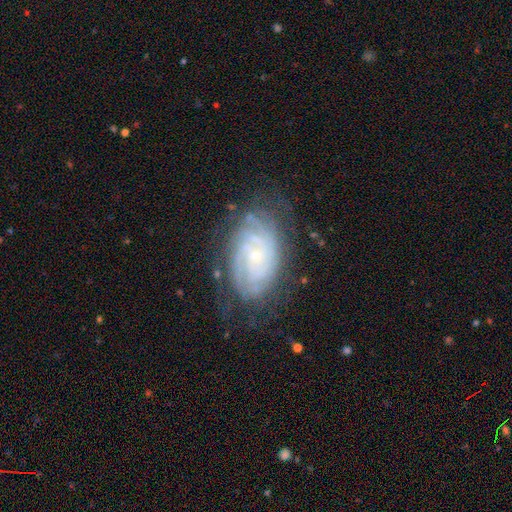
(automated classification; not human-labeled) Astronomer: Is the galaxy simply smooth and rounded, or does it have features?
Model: featured or disk — 83%.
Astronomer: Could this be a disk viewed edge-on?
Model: no — 96%.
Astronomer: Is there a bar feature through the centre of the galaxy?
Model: no — 73%.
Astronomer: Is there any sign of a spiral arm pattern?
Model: yes — 96%.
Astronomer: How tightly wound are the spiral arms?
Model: tight — 76%.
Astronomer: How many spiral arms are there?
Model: can't tell — 37% (runner-up: 4, 19%).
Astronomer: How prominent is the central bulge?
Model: small — 80%.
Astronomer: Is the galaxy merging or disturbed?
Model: none — 71%.